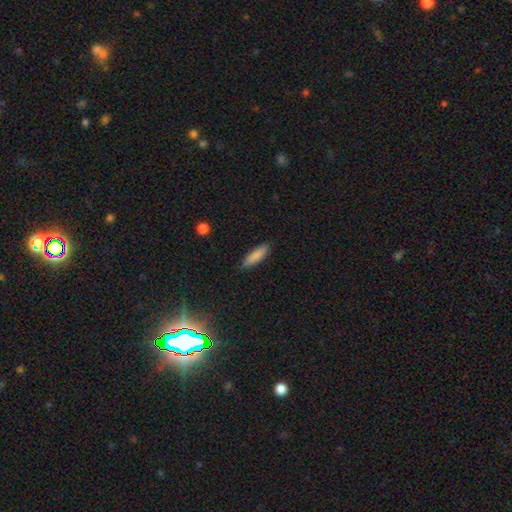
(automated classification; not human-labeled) Morphology: type=smooth (86%); roundness=cigar-shaped (64%); merging=none (86%).